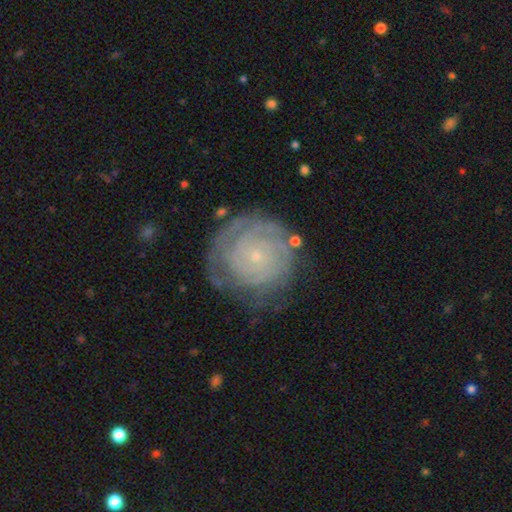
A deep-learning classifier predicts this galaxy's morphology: The model was most divided on "spiral arm count": can't tell: 42%, 2: 20%, 3: 15%, 4: 11%, more than 4: 6%, 1: 6%. More confident: edge-on disk — no (98%); spiral arms — yes (92%); bulge size — small (87%); spiral winding — tight (84%); bar — no (83%); smooth or featured — featured or disk (77%); merging — none (72%).